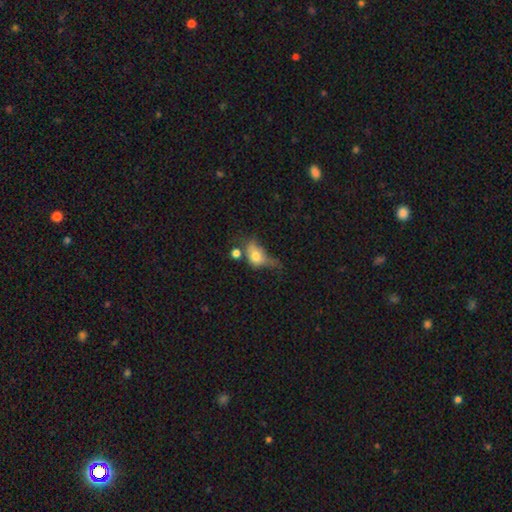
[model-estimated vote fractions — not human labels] A smooth galaxy with no disk features (67%) that is in between round and cigar-shaped (71%). Merging: major disturbance (36%).